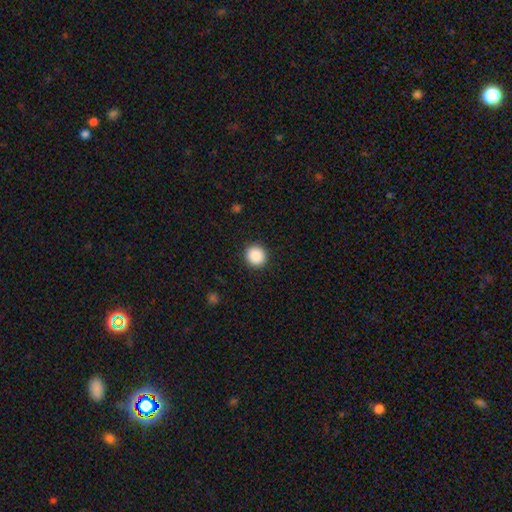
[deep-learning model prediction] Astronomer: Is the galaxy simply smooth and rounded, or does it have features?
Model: smooth — 89%.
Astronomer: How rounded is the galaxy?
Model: round — 91%.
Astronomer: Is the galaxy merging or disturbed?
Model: none — 92%.